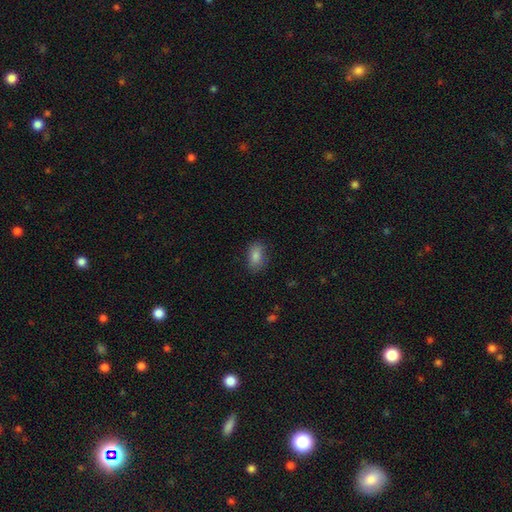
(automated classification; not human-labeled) Smooth or featured? smooth (84%)
How rounded? in between (87%)
Merging? none (78%)